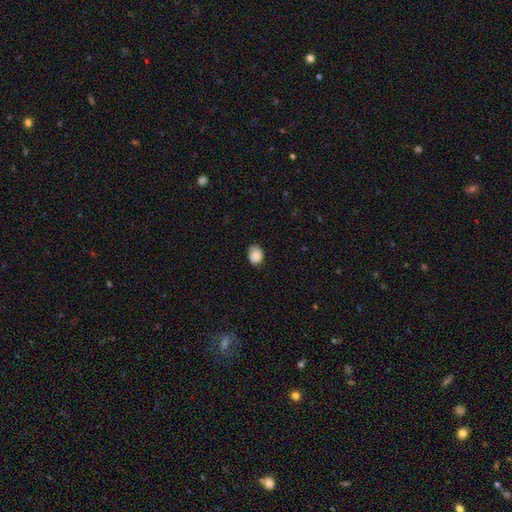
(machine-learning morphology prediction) type=smooth (86%); roundness=in between (64%); merging=none (78%).